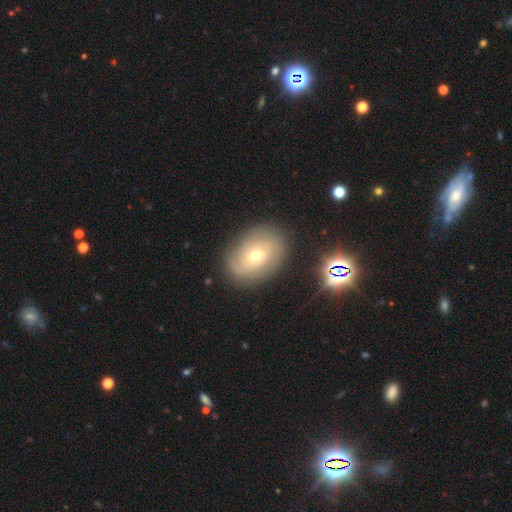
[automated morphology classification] featured or disk 59%, smooth 32%, star or artifact 9%. Down the decision tree: edge-on disk — no (94%); bar — no (69%); spiral arms — yes (63%); bulge size — moderate (54%); merging — none (80%).